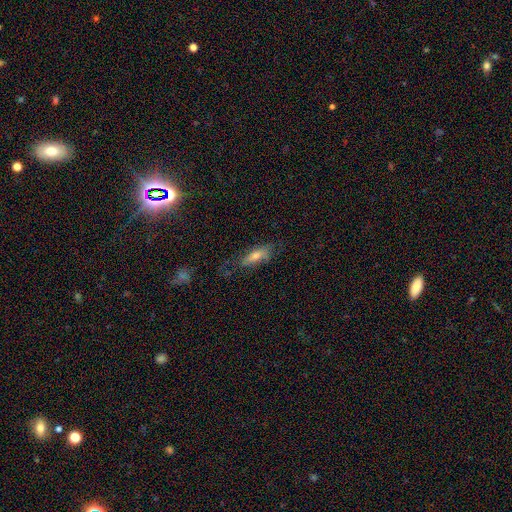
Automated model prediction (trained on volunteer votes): Q: Smooth or featured?
A: smooth (54%); runner-up: featured or disk (32%)
Q: How rounded?
A: in between (50%); runner-up: cigar-shaped (46%)
Q: Merging?
A: none (69%); runner-up: minor disturbance (22%)